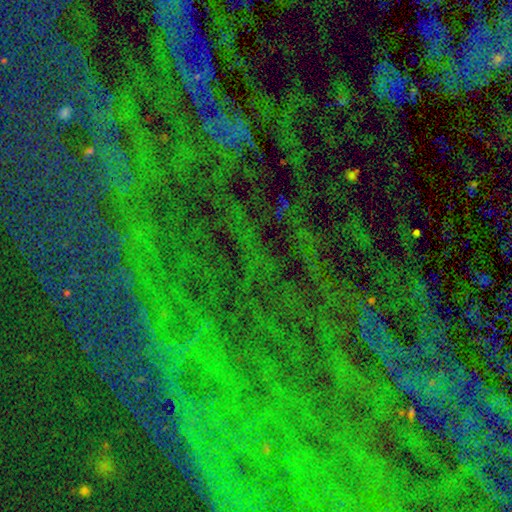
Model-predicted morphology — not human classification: type=star or artifact (82%).